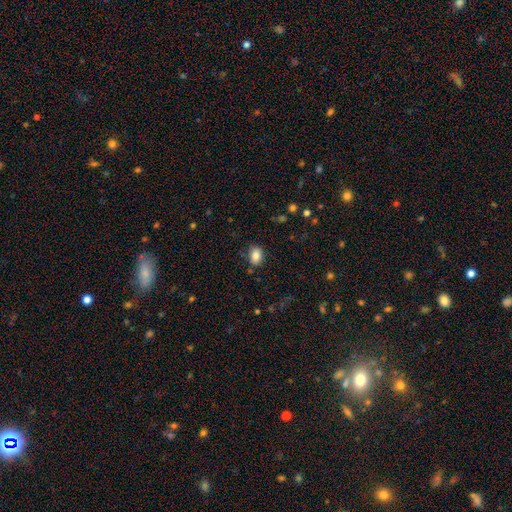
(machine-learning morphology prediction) A smooth galaxy with no disk features (84%) that is in between round and cigar-shaped (74%). Merging: none (81%).